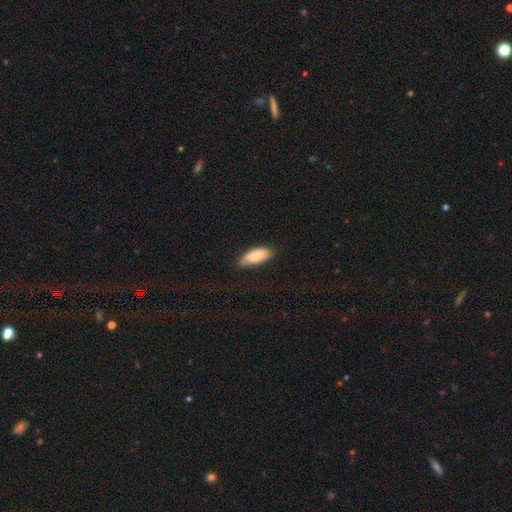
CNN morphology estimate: Smooth or featured: smooth — 86% (featured or disk — 8%)
How rounded: in between — 82% (cigar-shaped — 16%)
Merging: none — 75% (minor disturbance — 20%)